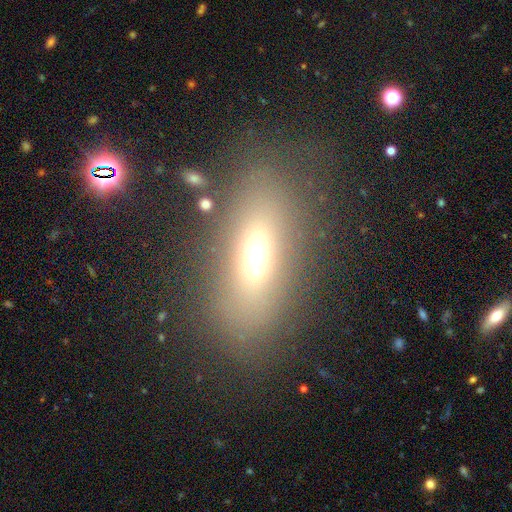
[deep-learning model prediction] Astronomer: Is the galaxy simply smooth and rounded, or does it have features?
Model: smooth — 56%.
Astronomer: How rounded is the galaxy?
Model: in between — 70%.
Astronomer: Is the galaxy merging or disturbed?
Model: none — 69%.